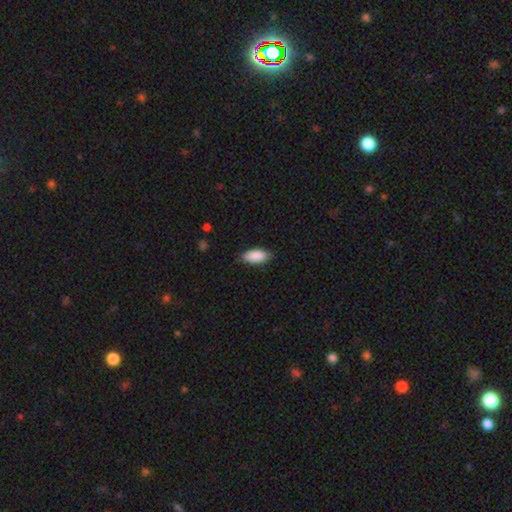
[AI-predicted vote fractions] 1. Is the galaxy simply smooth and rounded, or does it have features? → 89% smooth, 6% star or artifact, 5% featured or disk.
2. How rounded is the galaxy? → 87% in between, 11% cigar-shaped, 2% round.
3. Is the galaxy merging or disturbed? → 83% none, 14% minor disturbance, 2% major disturbance, 1% merger.